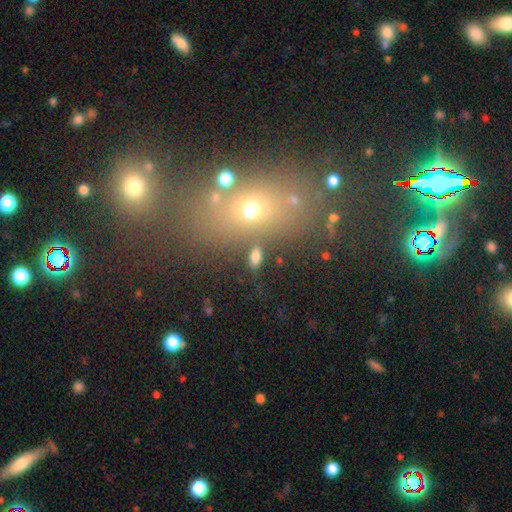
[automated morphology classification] Overall: smooth (56%; star or artifact 26%). How rounded: in between (71%). Merging: none (68%).